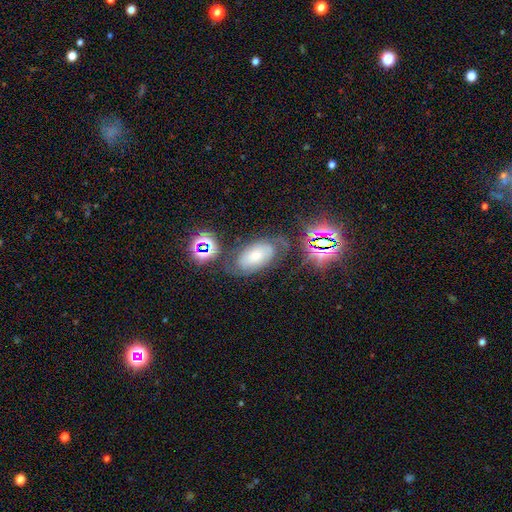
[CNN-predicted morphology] Smooth or featured: featured or disk — 40% (smooth — 35%)
Merging: none — 63% (minor disturbance — 20%)